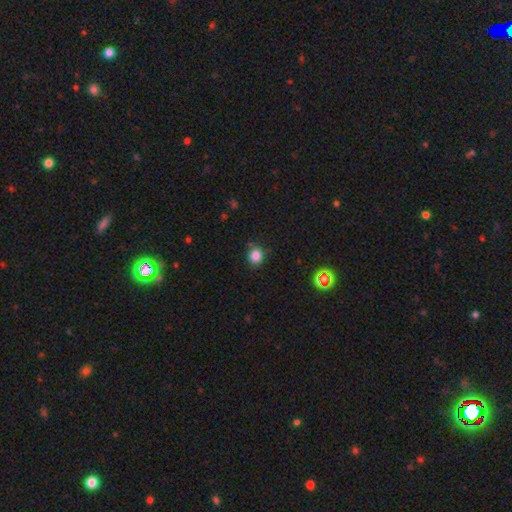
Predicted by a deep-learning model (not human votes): smooth_or_featured: smooth (p=0.83) [alt: star or artifact p=0.13]
how_rounded: round (p=0.78) [alt: in between p=0.21]
merging: none (p=0.81) [alt: minor disturbance p=0.14]